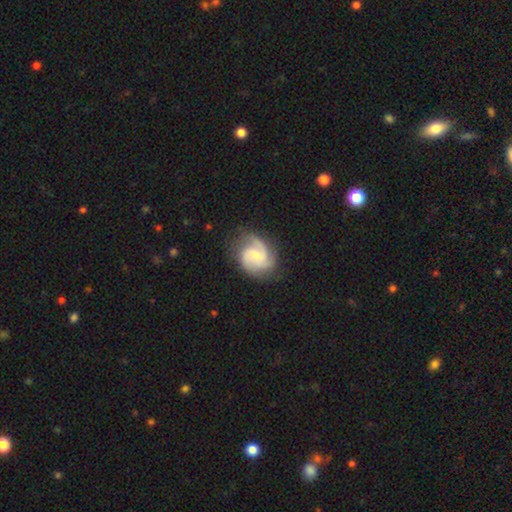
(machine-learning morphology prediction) This is clearly a featured or disk galaxy (83%). It is clearly not viewed edge-on (98%). Bar: possibly no (53%). Spiral arm pattern: clearly yes (97%). Spiral arm count: marginally 3 (42%). Spiral winding: possibly medium (52%). Central bulge: possibly small (59%). Merging: likely none (72%).